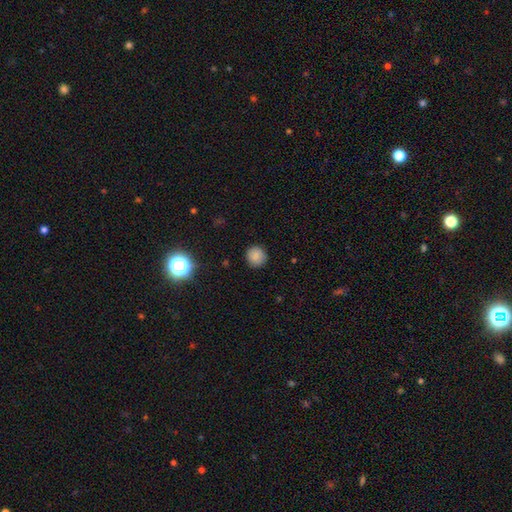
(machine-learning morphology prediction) A smooth galaxy with no disk features (83%) that is round (93%).

Vote fractions:
- Smooth or featured? smooth: 83% / star or artifact: 12% / featured or disk: 5%
- How rounded? round: 93% / in between: 6% / cigar-shaped: 1%
- Merging? none: 89% / minor disturbance: 7% / major disturbance: 2% / merger: 1%